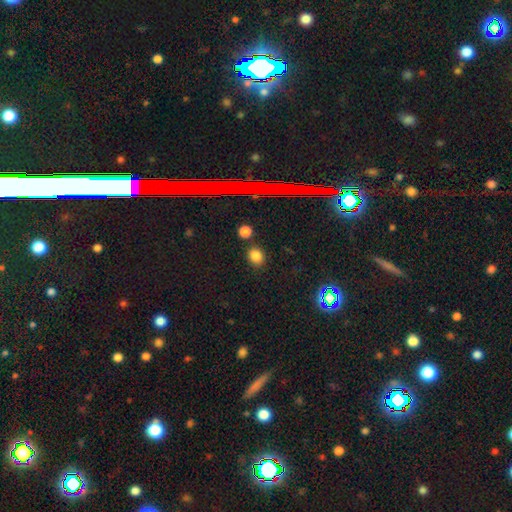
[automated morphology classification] smooth-or-featured: smooth: 80% | star or artifact: 16% | featured or disk: 5%
  how-rounded: round: 59% | in between: 40% | cigar-shaped: 2%
  merging: none: 82% | minor disturbance: 10% | merger: 5% | major disturbance: 3%